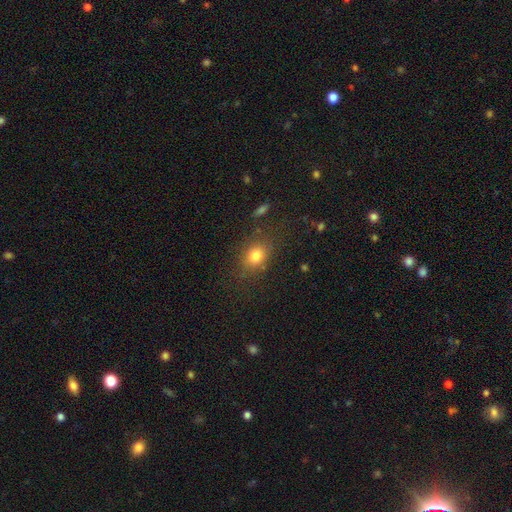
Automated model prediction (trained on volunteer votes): Q: Smooth or featured?
A: smooth (79%); runner-up: star or artifact (12%)
Q: How rounded?
A: in between (54%); runner-up: round (44%)
Q: Merging?
A: none (78%); runner-up: minor disturbance (14%)